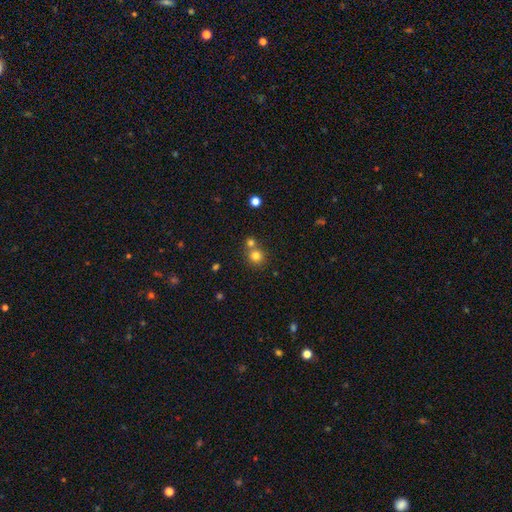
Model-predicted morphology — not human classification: This appears to be a smooth galaxy with no disk features (79%) that is round (90%). Merging: none (61%).